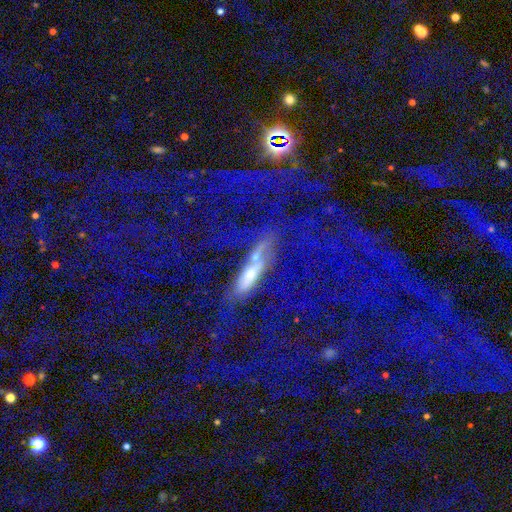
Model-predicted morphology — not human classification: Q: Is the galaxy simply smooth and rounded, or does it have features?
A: featured or disk — 39%.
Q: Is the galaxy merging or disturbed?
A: none — 43%.